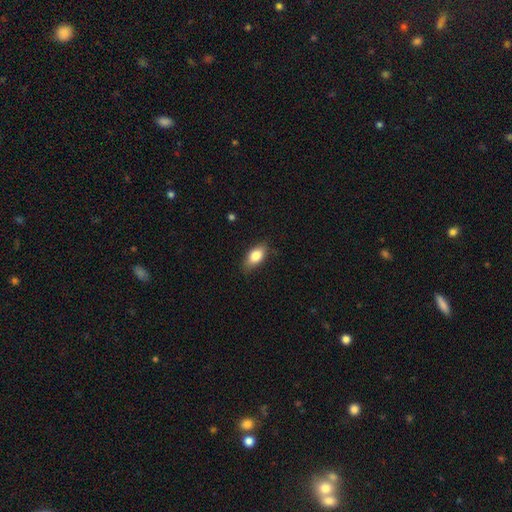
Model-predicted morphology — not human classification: Smooth or featured? smooth (81%)
How rounded? in between (86%)
Merging? none (80%)